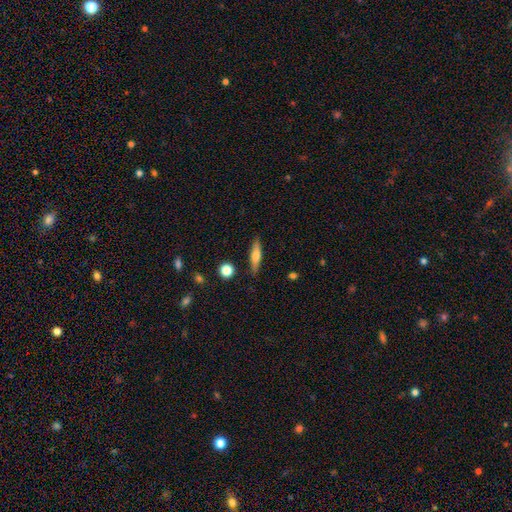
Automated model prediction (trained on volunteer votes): smooth-or-featured: smooth: 57% | featured or disk: 36% | star or artifact: 7%
  how-rounded: cigar-shaped: 75% | in between: 22% | round: 3%
  merging: none: 86% | minor disturbance: 10% | major disturbance: 2% | merger: 2%